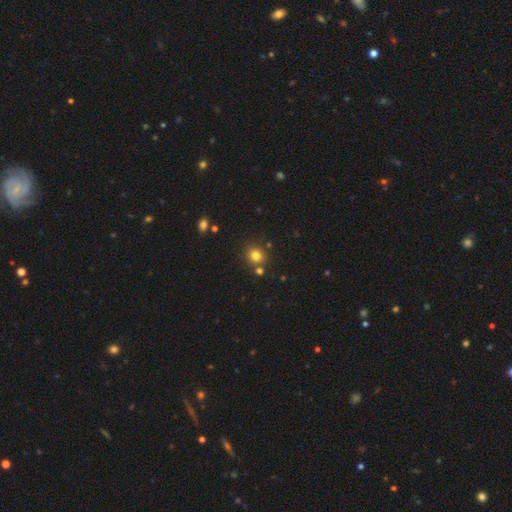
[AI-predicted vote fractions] Overall: smooth (79%). How rounded: round (82%). Merging: none (77%).